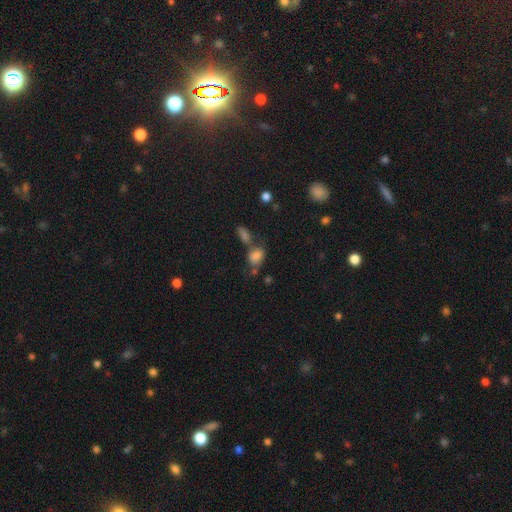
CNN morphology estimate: Smooth or featured: smooth — 80% (star or artifact — 11%)
How rounded: in between — 77% (round — 21%)
Merging: none — 43% (merger — 37%)